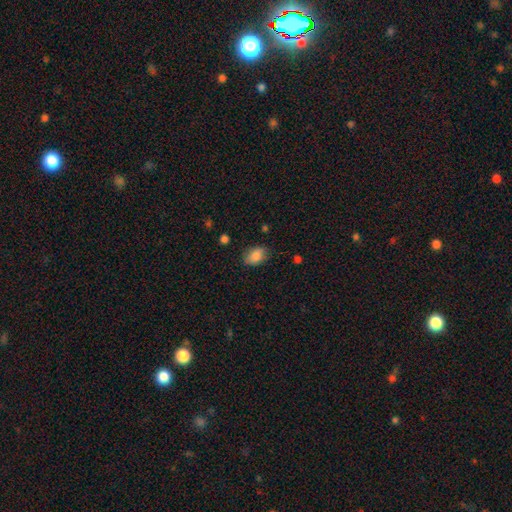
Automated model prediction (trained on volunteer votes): Smooth or featured? smooth (86%)
How rounded? in between (85%)
Merging? none (78%)